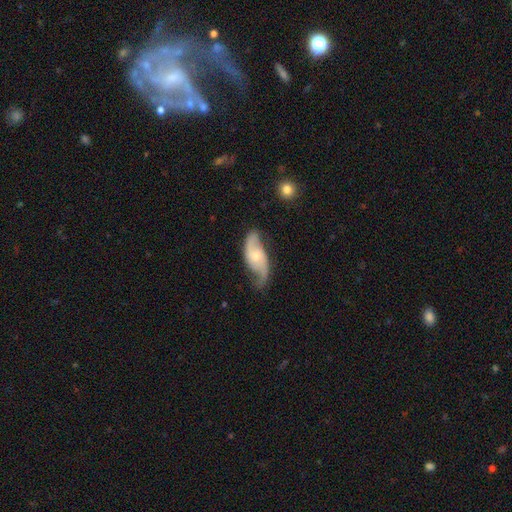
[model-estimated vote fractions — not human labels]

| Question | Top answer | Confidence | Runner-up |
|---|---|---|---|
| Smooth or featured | featured or disk | 82% | smooth (13%) |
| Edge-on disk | no | 95% | yes (5%) |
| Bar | no | 61% | weak (33%) |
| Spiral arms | yes | 95% | no (5%) |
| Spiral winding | loose | 53% | medium (35%) |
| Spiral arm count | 2 | 90% | can't tell (4%) |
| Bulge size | small | 47% | moderate (45%) |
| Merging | none | 64% | minor disturbance (24%) |